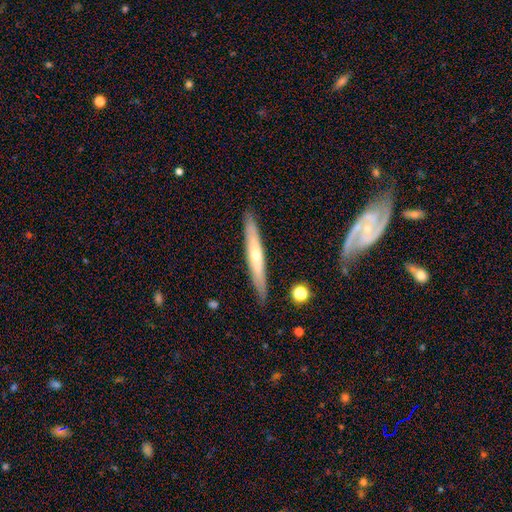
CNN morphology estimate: Smooth or featured? featured or disk (59%)
Edge-on disk? yes (88%)
Edge-on bulge? rounded (68%)
Merging? none (88%)